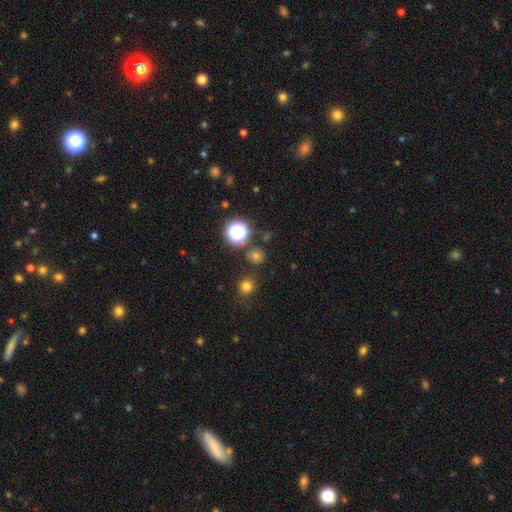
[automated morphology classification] The model was most divided on "smooth or featured": smooth: 65%, star or artifact: 28%, featured or disk: 6%. More confident: how rounded — round (88%); merging — none (82%).